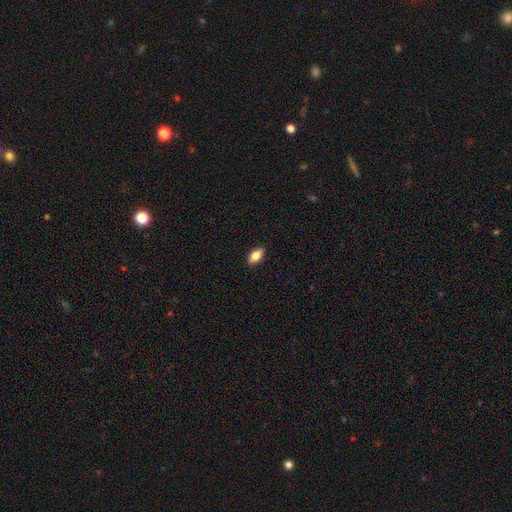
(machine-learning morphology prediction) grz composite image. It shows a smooth galaxy with no disk features (80%) that is in between round and cigar-shaped (89%). Merging: none (90%).